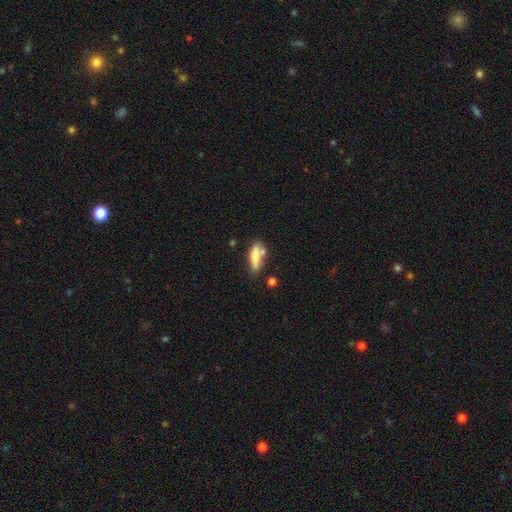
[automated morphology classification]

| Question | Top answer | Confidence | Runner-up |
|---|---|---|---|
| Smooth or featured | smooth | 70% | featured or disk (23%) |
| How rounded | in between | 51% | cigar-shaped (46%) |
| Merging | none | 52% | minor disturbance (22%) |